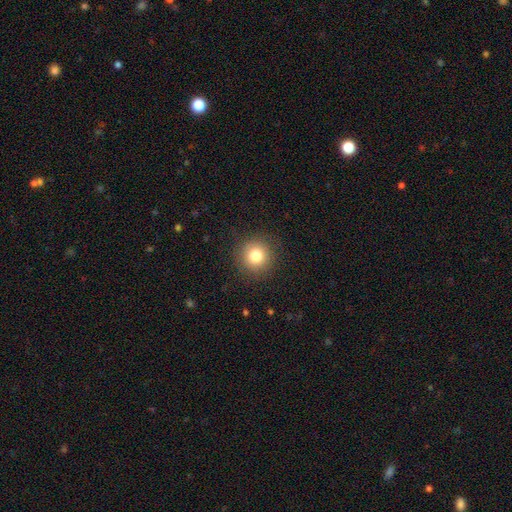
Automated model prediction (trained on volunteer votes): This is clearly a smooth galaxy (81%). How rounded: clearly round (94%). Merging: clearly none (90%).